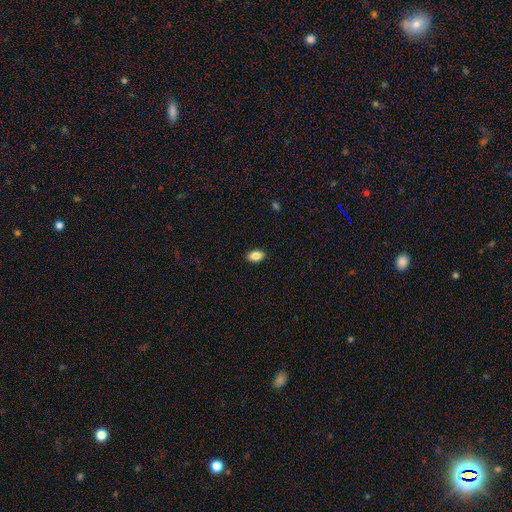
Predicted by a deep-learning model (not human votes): Q: Smooth or featured?
A: smooth (86%); runner-up: star or artifact (8%)
Q: How rounded?
A: in between (90%); runner-up: round (8%)
Q: Merging?
A: none (90%); runner-up: minor disturbance (8%)